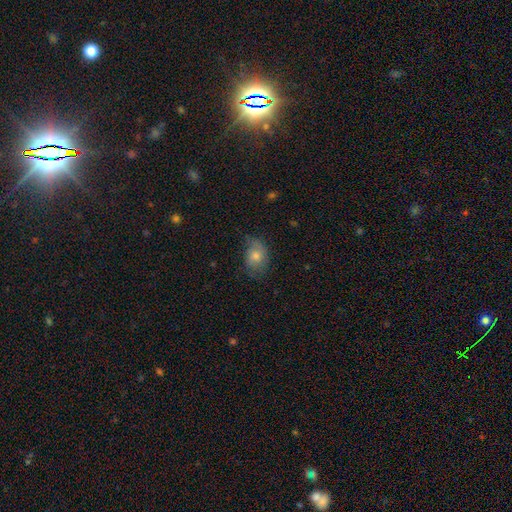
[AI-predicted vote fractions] A smooth galaxy with no disk features (61%) that is in between round and cigar-shaped (66%). Merging: none (58%).